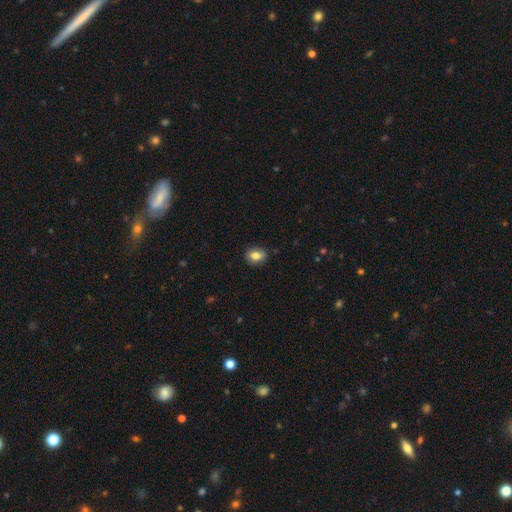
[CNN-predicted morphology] Q: Smooth or featured?
A: smooth (81%); runner-up: featured or disk (10%)
Q: How rounded?
A: in between (52%); runner-up: round (47%)
Q: Merging?
A: none (87%); runner-up: minor disturbance (10%)